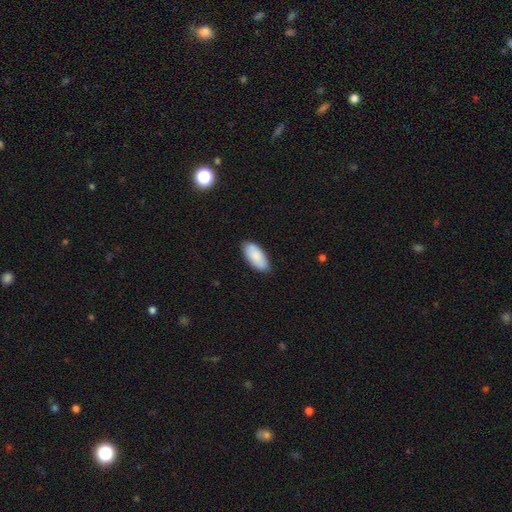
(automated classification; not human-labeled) This is clearly a smooth galaxy (86%). How rounded: clearly in between (92%). Merging: clearly none (83%).